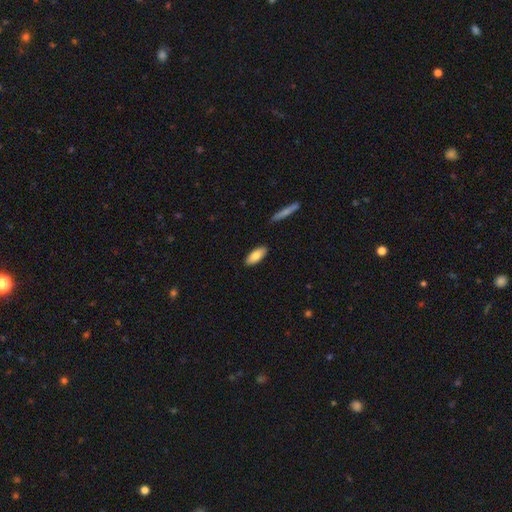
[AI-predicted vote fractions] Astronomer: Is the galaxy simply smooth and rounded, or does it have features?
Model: smooth — 82%.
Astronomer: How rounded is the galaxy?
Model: in between — 84%.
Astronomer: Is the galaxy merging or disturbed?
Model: none — 88%.